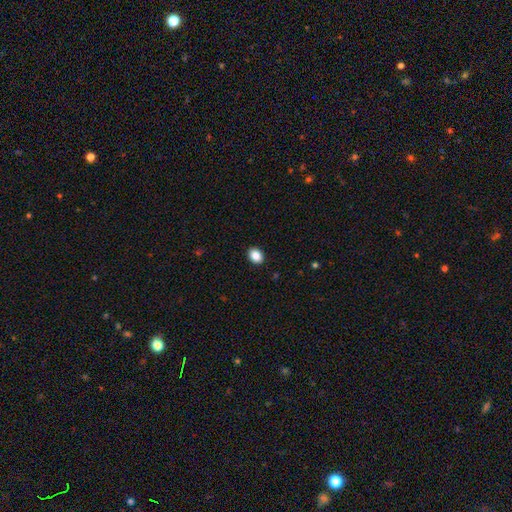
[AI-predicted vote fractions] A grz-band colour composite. It shows a smooth galaxy with no disk features (87%) that is in between round and cigar-shaped (61%). Merging: none (91%).